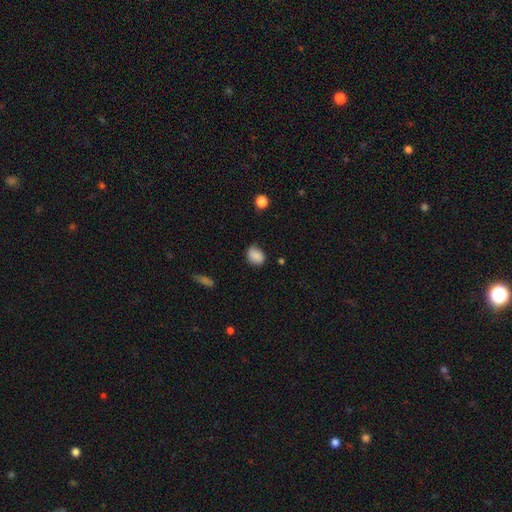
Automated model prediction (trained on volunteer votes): This appears to be a smooth galaxy with no disk features (87%) that is in between round and cigar-shaped (58%). Merging: none (72%).